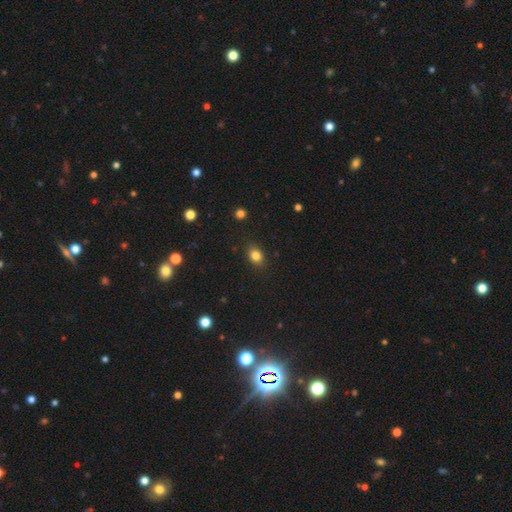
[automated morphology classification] smooth 82%, star or artifact 11%, featured or disk 6%. Down the decision tree: how rounded — in between (61%); merging — none (84%).